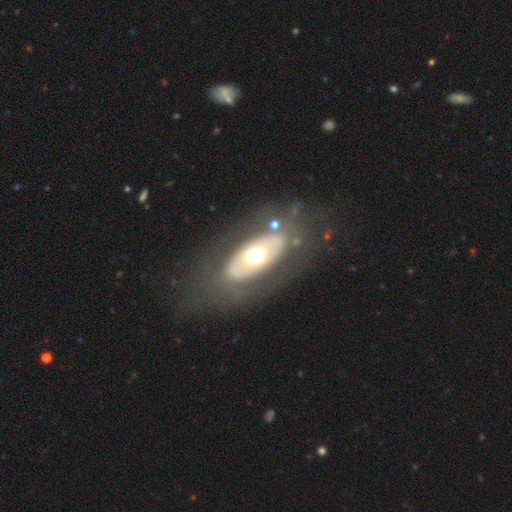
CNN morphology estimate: A featured or disk galaxy (55%).

Vote fractions:
- Smooth or featured? featured or disk: 55% / smooth: 37% / star or artifact: 7%
- Edge-on disk? no: 85% / yes: 15%
- Merging? none: 73% / minor disturbance: 13% / major disturbance: 10% / merger: 3%